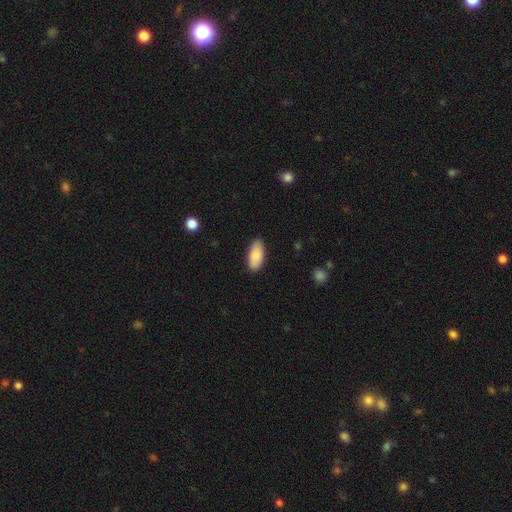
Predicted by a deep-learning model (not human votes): This is clearly a smooth galaxy (86%). How rounded: clearly in between (91%). Merging: clearly none (87%).